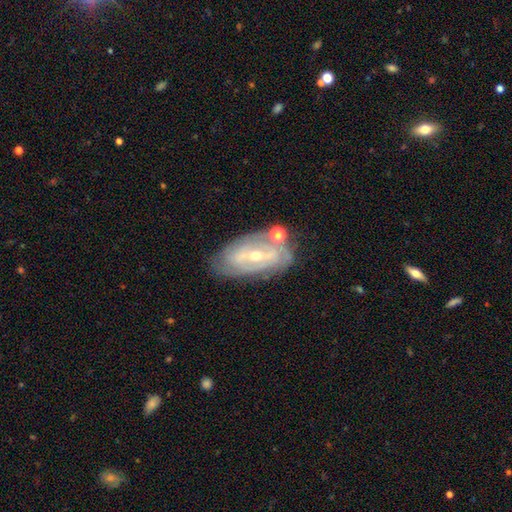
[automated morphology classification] Overall: featured or disk (82%). Edge-on disk: no (93%). Bar: weak (39%; strong 34%). Spiral arms: yes (86%). Spiral arm count: 2 (40%; can't tell 37%). Spiral winding: tight (63%; medium 28%). Bulge size: small (50%; moderate 47%). Merging: none (66%).